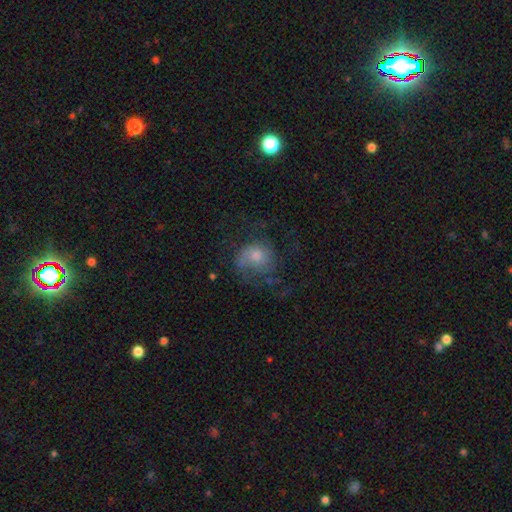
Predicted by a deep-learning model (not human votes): A featured or disk galaxy (47%).

Vote fractions:
- Smooth or featured? featured or disk: 47% / smooth: 39% / star or artifact: 13%
- Merging? none: 49% / major disturbance: 29% / minor disturbance: 20% / merger: 2%